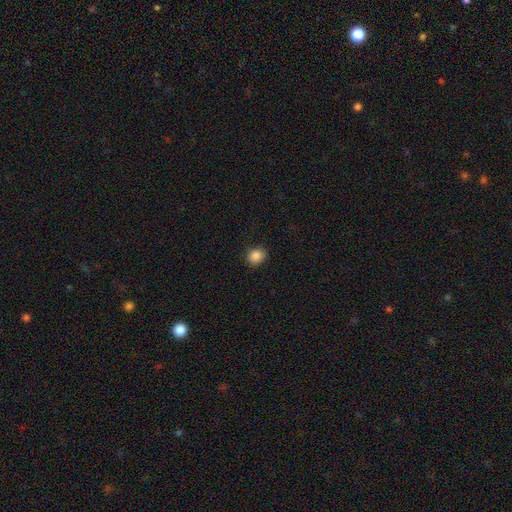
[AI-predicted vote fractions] This is clearly a smooth galaxy (87%). How rounded: likely round (73%). Merging: clearly none (85%).